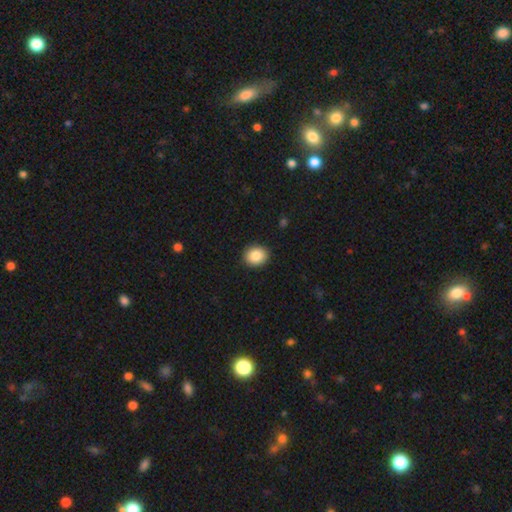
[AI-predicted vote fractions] Smooth or featured: smooth — 86% (star or artifact — 8%)
How rounded: round — 71% (in between — 28%)
Merging: none — 91% (minor disturbance — 6%)